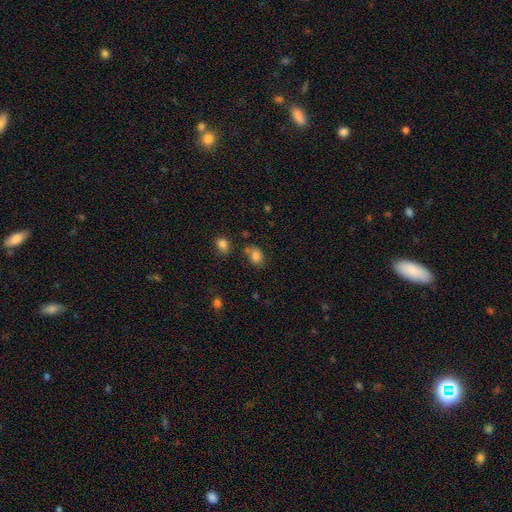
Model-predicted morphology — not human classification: The model was most divided on "how rounded": in between: 58%, round: 41%, cigar-shaped: 1%. More confident: smooth or featured — smooth (81%); merging — none (60%).